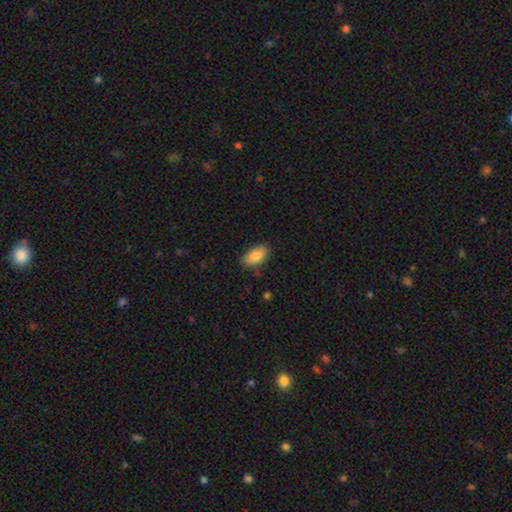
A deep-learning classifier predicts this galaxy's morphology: smooth-or-featured: smooth: 84% | featured or disk: 9% | star or artifact: 7%
  how-rounded: in between: 93% | round: 4% | cigar-shaped: 3%
  merging: none: 84% | minor disturbance: 12% | major disturbance: 3% | merger: 1%